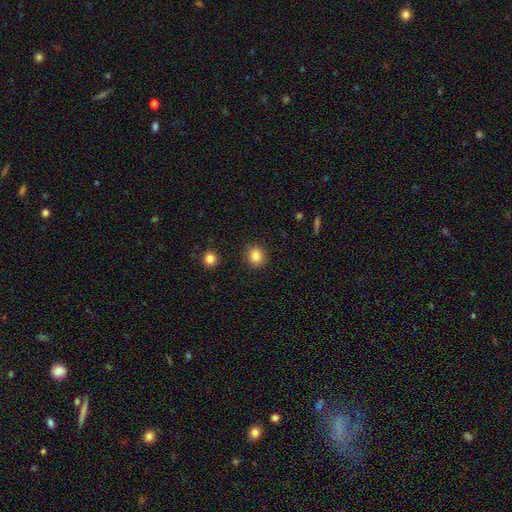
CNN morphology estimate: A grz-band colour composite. It shows a smooth galaxy with no disk features (85%) that is round (83%). Merging: none (88%).